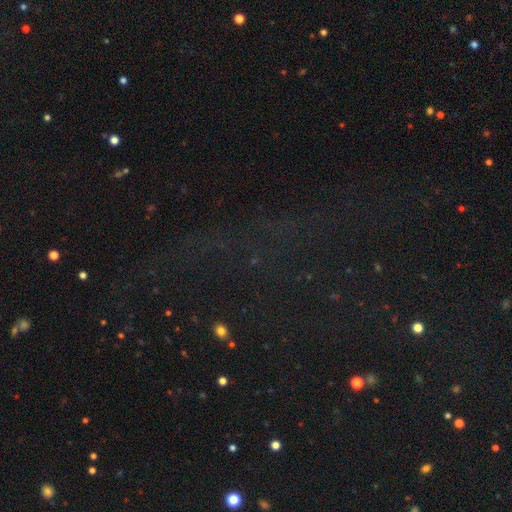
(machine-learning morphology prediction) A star or artifact, not a galaxy (71%).

Vote fractions:
- Smooth or featured? star or artifact: 71% / smooth: 17% / featured or disk: 12%